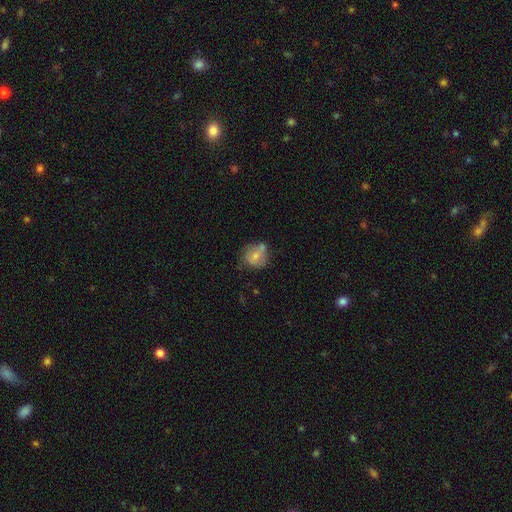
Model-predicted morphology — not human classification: This appears to be a smooth galaxy with no disk features (66%) that is round (74%). Merging: none (49%).